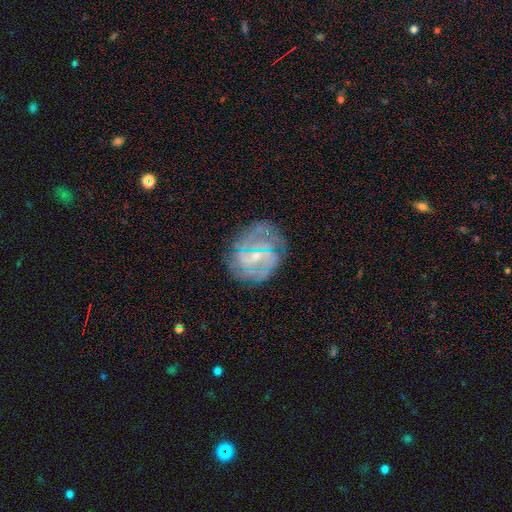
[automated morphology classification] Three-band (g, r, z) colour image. It shows a featured or disk galaxy (72%) with a weak bar (51%), tight (51%) spiral arms (79%) and a small central bulge (54%). Merging: none (71%).